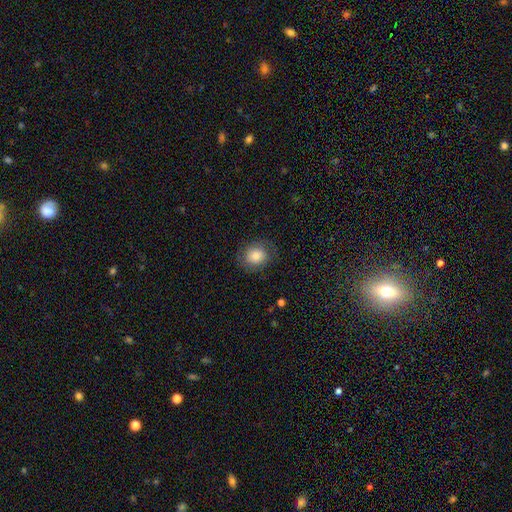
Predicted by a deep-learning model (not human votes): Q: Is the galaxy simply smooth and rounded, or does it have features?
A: smooth — 77%.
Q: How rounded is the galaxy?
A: round — 76%.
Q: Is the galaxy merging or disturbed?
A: none — 76%.